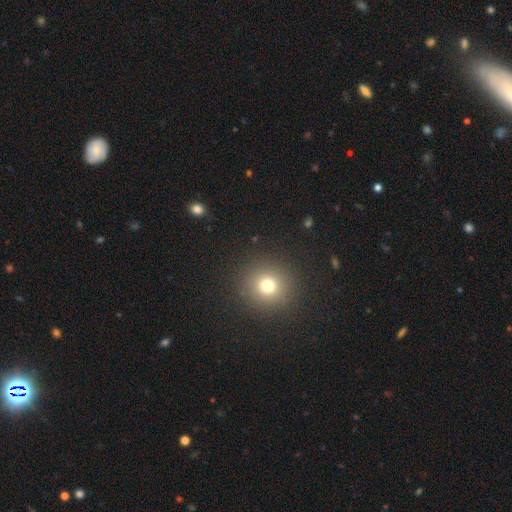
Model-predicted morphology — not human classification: smooth 62%, star or artifact 30%, featured or disk 7%. Down the decision tree: how rounded — round (94%); merging — none (93%).